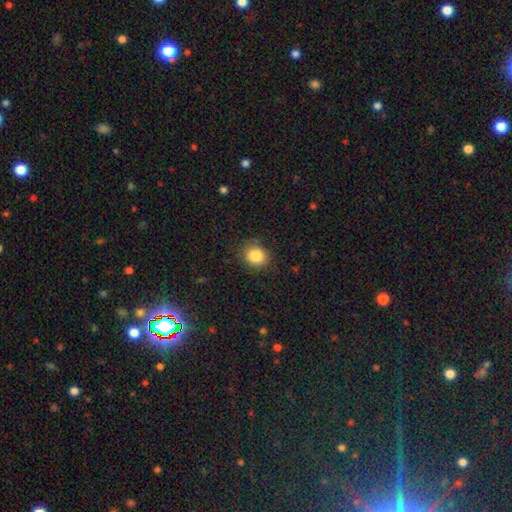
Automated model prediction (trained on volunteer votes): Q: Smooth or featured?
A: smooth (85%); runner-up: star or artifact (10%)
Q: How rounded?
A: round (71%); runner-up: in between (28%)
Q: Merging?
A: none (83%); runner-up: minor disturbance (13%)